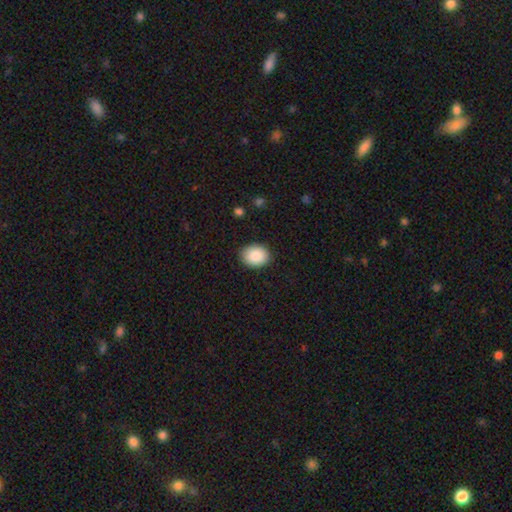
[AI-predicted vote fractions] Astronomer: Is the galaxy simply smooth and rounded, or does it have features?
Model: smooth — 89%.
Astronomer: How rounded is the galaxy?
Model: in between — 62% (runner-up: round, 38%).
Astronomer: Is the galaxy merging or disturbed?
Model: none — 88%.